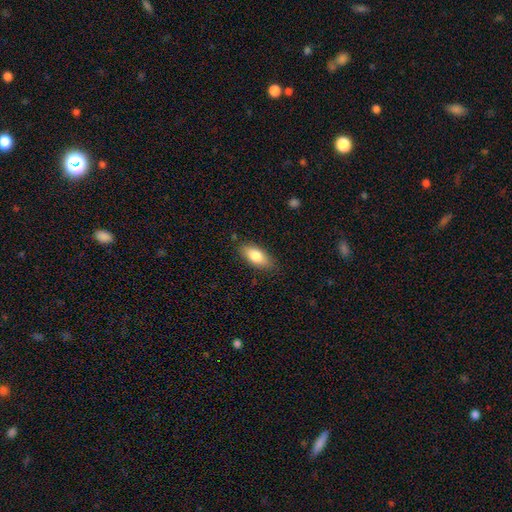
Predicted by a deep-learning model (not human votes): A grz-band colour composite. It shows a smooth galaxy with no disk features (81%) that is in between round and cigar-shaped (88%). Merging: none (83%).